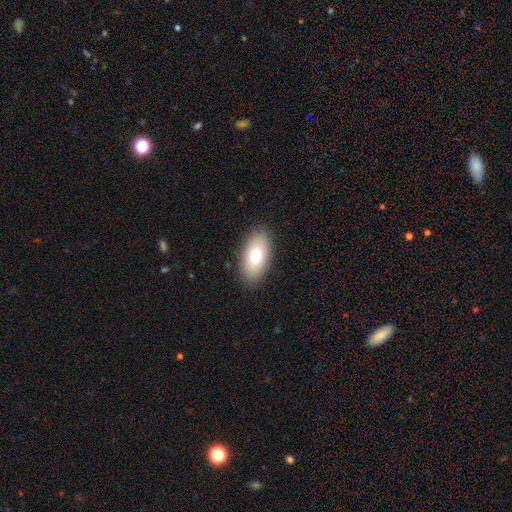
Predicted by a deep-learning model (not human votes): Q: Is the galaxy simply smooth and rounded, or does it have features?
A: smooth — 73%.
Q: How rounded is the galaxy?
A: in between — 93%.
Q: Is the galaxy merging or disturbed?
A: none — 87%.